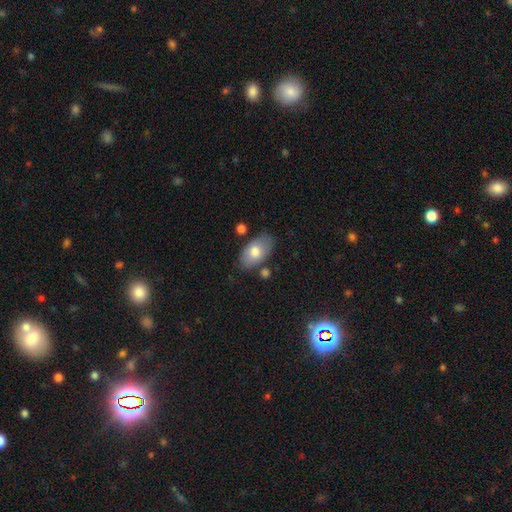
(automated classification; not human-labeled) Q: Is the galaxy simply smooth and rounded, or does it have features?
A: smooth — 71%.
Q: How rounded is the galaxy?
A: in between — 93%.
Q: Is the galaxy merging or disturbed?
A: none — 79%.